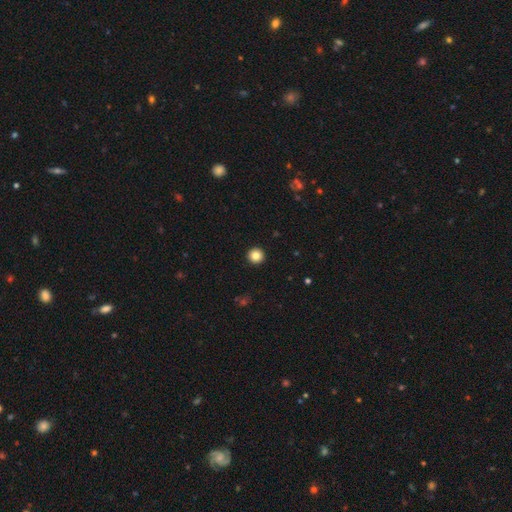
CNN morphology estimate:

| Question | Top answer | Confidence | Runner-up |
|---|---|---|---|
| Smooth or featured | smooth | 84% | star or artifact (11%) |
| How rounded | round | 96% | in between (3%) |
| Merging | none | 94% | minor disturbance (4%) |